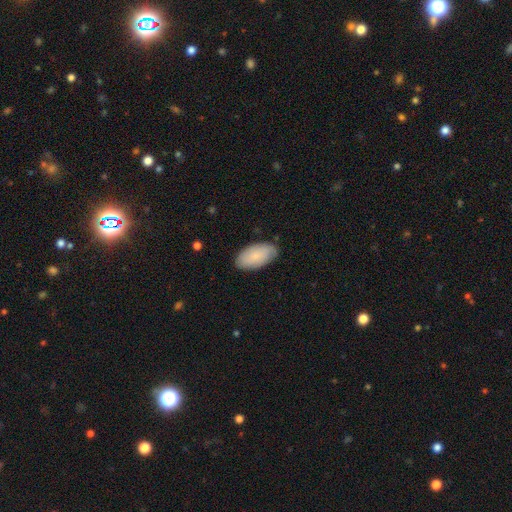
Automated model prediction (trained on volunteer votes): Smooth or featured? Predicted: smooth (p=0.81). How rounded? Predicted: in between (p=0.95). Merging? Predicted: none (p=0.82).